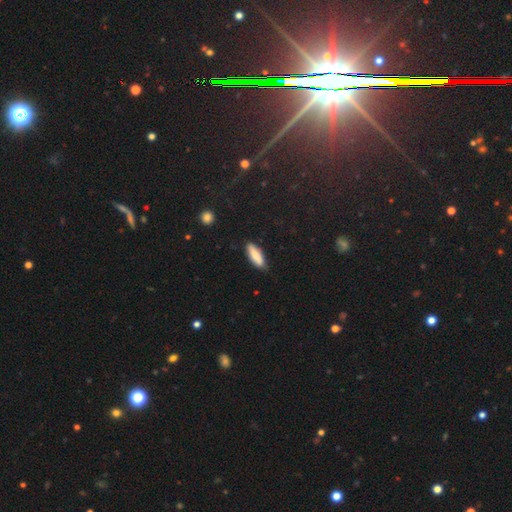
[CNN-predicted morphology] Smooth or featured?
  - smooth: 82% *
  - featured or disk: 12%
  - star or artifact: 6%
How rounded?
  - in between: 53% *
  - cigar-shaped: 45%
  - round: 2%
Merging?
  - none: 81% *
  - minor disturbance: 15%
  - major disturbance: 2%
  - merger: 1%